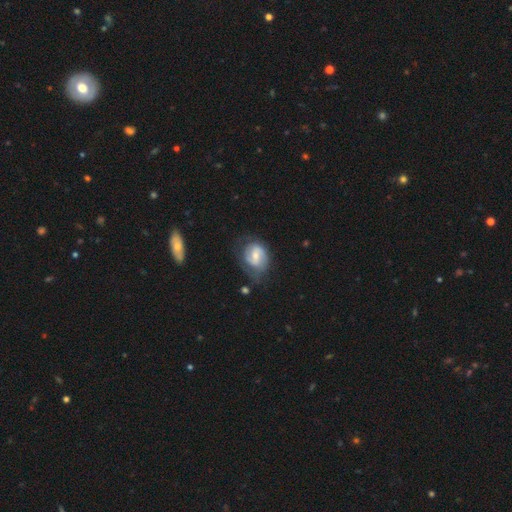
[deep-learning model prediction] A featured or disk galaxy (59%) with a weak bar (52%), spiral arms (77%) and a moderate central bulge (49%).

Vote fractions:
- Smooth or featured? featured or disk: 59% / smooth: 34% / star or artifact: 7%
- Edge-on disk? no: 97% / yes: 3%
- Bar? weak: 52% / no: 27% / strong: 21%
- Spiral arms? yes: 77% / no: 23%
- Bulge size? moderate: 49% / small: 42% / large: 4% / none: 3% / dominant: 1%
- Merging? none: 52% / minor disturbance: 28% / major disturbance: 17% / merger: 3%